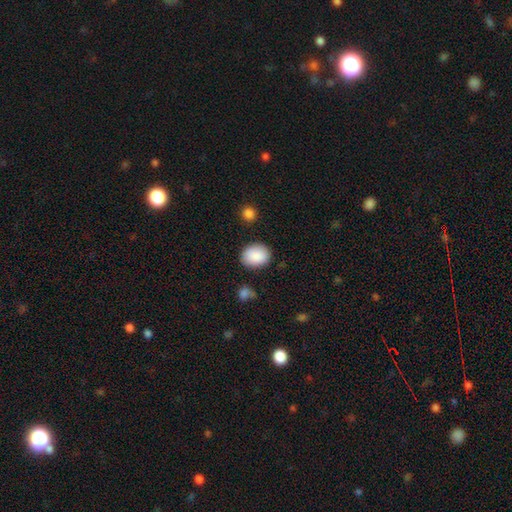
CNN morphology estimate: smooth-or-featured: smooth: 89% | star or artifact: 7% | featured or disk: 4%
  how-rounded: in between: 61% | round: 38% | cigar-shaped: 1%
  merging: none: 83% | minor disturbance: 11% | major disturbance: 3% | merger: 2%